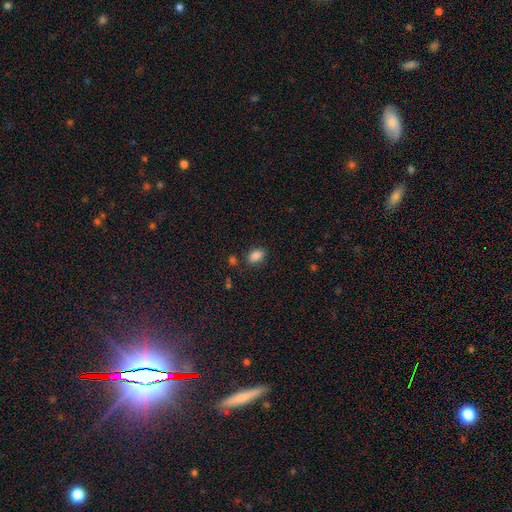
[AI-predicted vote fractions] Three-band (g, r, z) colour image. It shows a smooth galaxy with no disk features (86%) that is in between round and cigar-shaped (86%). Merging: none (80%).